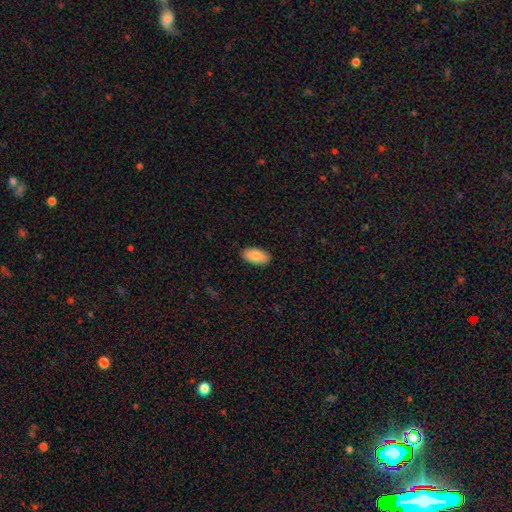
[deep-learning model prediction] Q: Smooth or featured?
A: smooth (86%); runner-up: featured or disk (8%)
Q: How rounded?
A: in between (95%); runner-up: cigar-shaped (2%)
Q: Merging?
A: none (90%); runner-up: minor disturbance (8%)